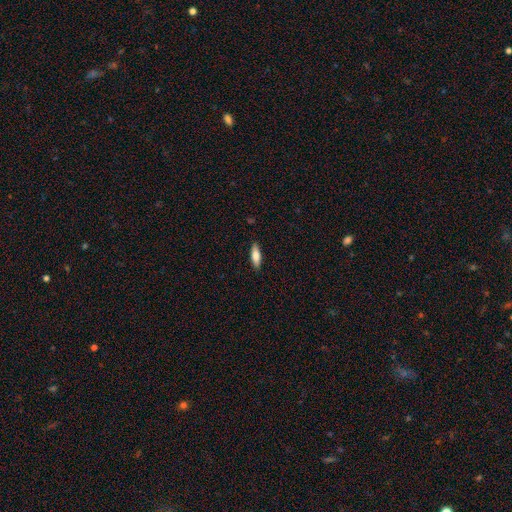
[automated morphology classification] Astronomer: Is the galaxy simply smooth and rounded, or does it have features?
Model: smooth — 75%.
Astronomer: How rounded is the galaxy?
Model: in between — 55% (runner-up: cigar-shaped, 43%).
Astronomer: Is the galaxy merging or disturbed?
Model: none — 89%.